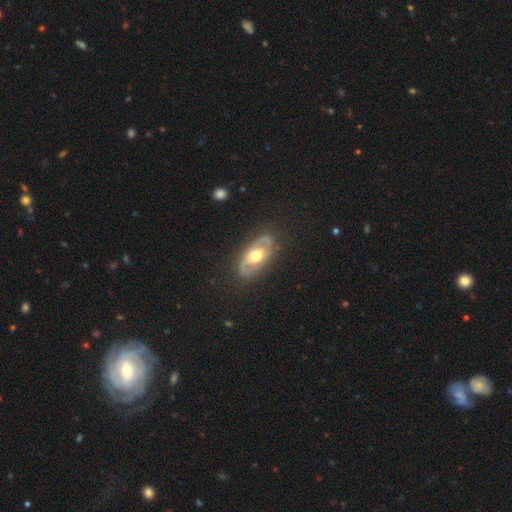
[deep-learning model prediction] Smooth or featured? Predicted: featured or disk (p=0.68). Edge-on disk? Predicted: no (p=0.89). Bar? Predicted: no (p=0.73). Spiral arms? Predicted: no (p=0.56). Bulge size? Predicted: moderate (p=0.71). Merging? Predicted: none (p=0.84).